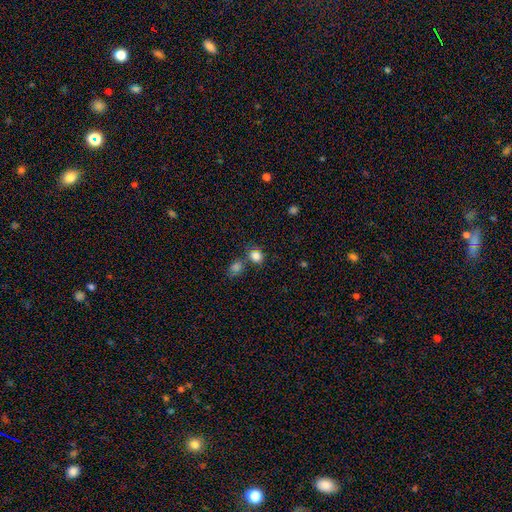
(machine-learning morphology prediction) A smooth galaxy with no disk features (84%) that is round (67%).

Vote fractions:
- Smooth or featured? smooth: 84% / star or artifact: 11% / featured or disk: 4%
- How rounded? round: 67% / in between: 32% / cigar-shaped: 1%
- Merging? none: 62% / merger: 22% / minor disturbance: 12% / major disturbance: 5%